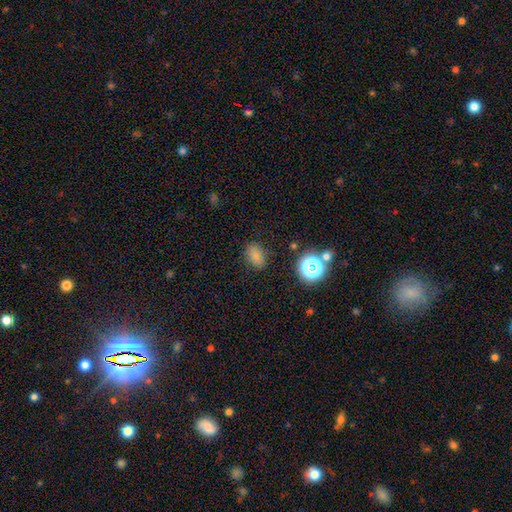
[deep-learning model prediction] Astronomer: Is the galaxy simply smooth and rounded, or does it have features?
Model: smooth — 76%.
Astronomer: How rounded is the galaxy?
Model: in between — 78%.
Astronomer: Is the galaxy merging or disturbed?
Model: none — 82%.